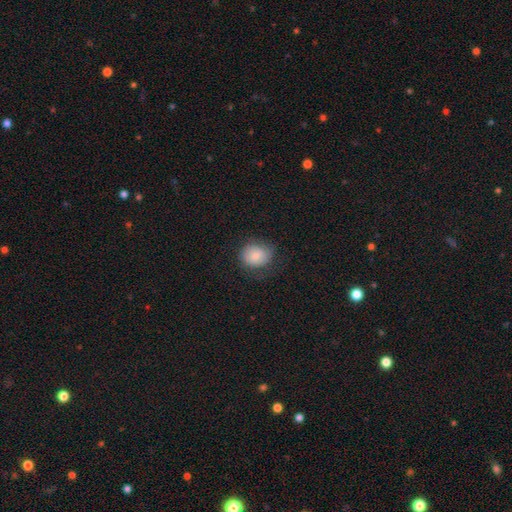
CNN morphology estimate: A smooth galaxy with no disk features (80%) that is round (69%).

Vote fractions:
- Smooth or featured? smooth: 80% / featured or disk: 12% / star or artifact: 8%
- How rounded? round: 69% / in between: 30% / cigar-shaped: 1%
- Merging? none: 67% / minor disturbance: 22% / major disturbance: 10% / merger: 1%